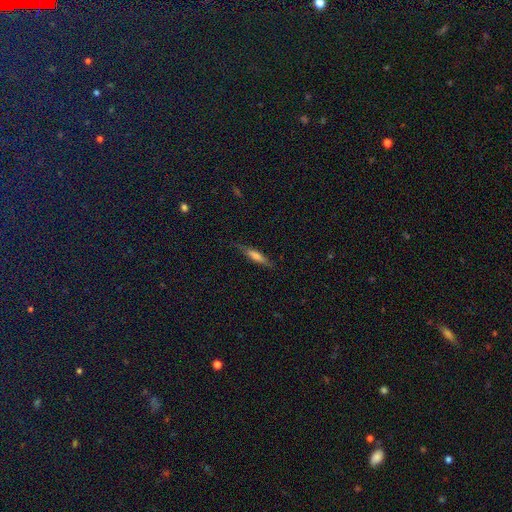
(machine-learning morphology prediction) smooth_or_featured: smooth (p=0.57) [alt: featured or disk p=0.35]
how_rounded: cigar-shaped (p=0.77) [alt: in between p=0.21]
merging: none (p=0.75) [alt: minor disturbance p=0.19]